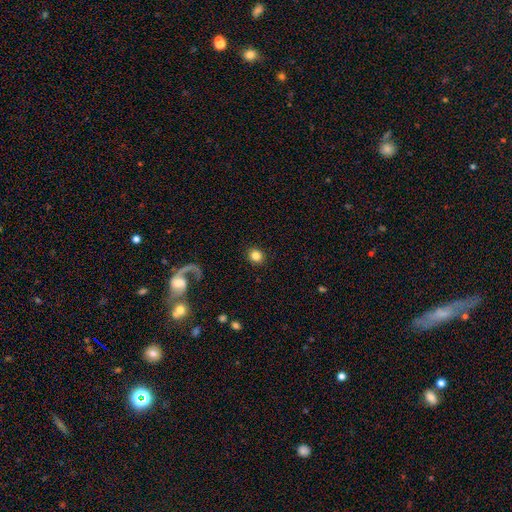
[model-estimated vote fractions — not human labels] Smooth or featured: smooth — 82% (star or artifact — 10%)
How rounded: round — 81% (in between — 18%)
Merging: none — 91% (minor disturbance — 5%)